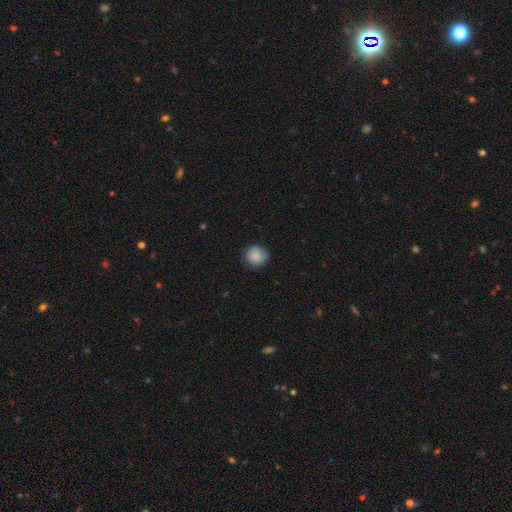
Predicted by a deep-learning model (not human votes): smooth 88%, star or artifact 8%, featured or disk 5%. Down the decision tree: how rounded — round (91%); merging — none (86%).